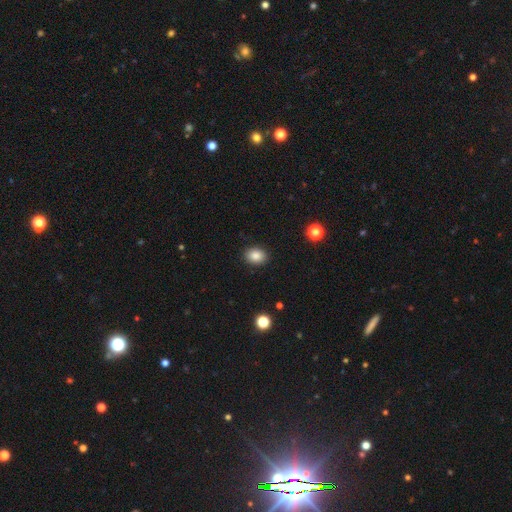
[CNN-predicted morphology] Overall: smooth (86%). How rounded: in between (63%; round 36%). Merging: none (89%).